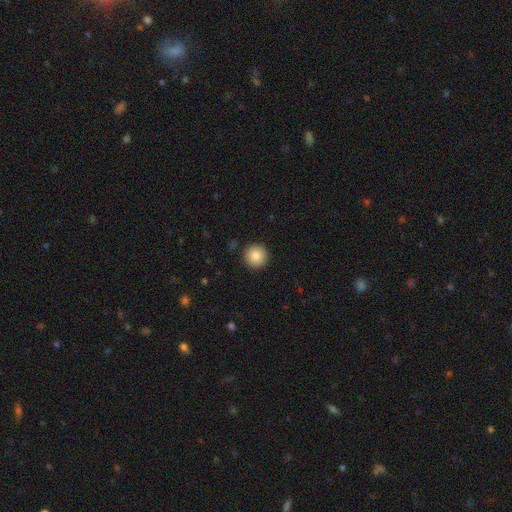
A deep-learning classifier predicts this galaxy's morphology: Smooth or featured? smooth (86%)
How rounded? round (96%)
Merging? none (93%)